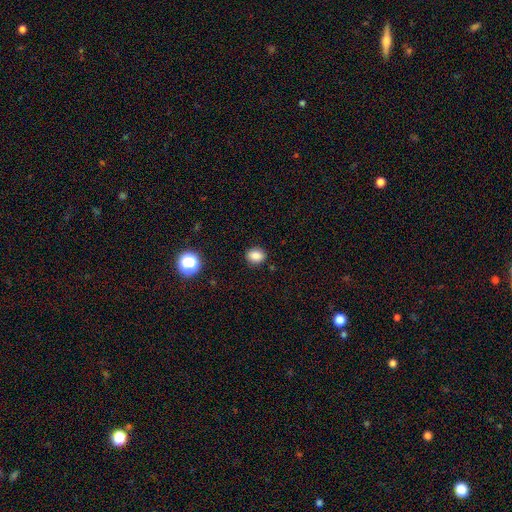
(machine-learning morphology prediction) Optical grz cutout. It shows a smooth galaxy with no disk features (83%) that is round (59%). Merging: none (88%).